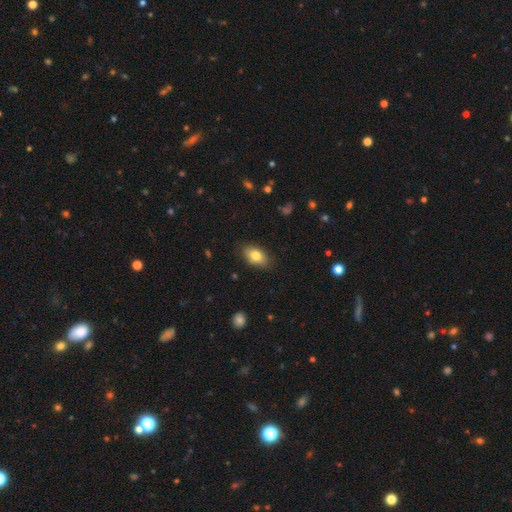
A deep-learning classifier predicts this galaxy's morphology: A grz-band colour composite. It shows a smooth galaxy with no disk features (80%) that is in between round and cigar-shaped (90%). Merging: none (86%).